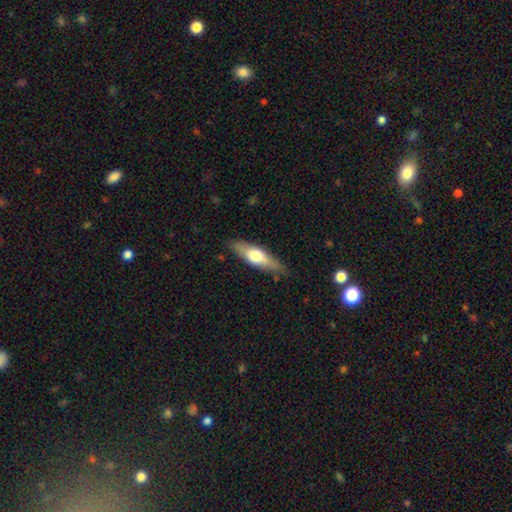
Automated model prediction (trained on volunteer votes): Smooth or featured? smooth (52%)
How rounded? cigar-shaped (51%)
Merging? none (81%)